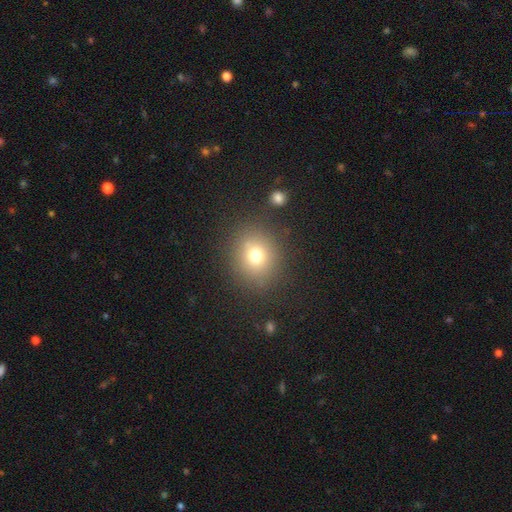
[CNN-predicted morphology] Smooth or featured? smooth (72%)
How rounded? round (78%)
Merging? none (82%)